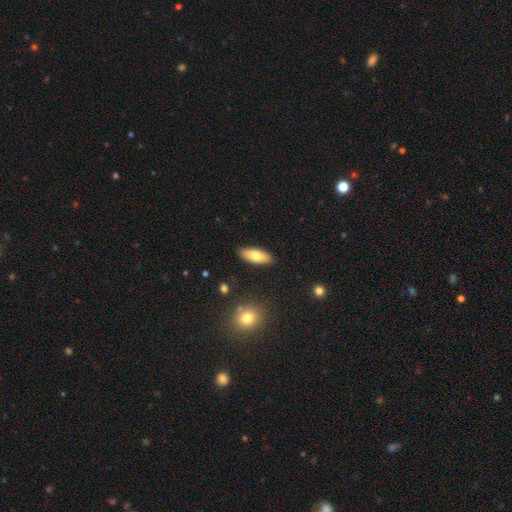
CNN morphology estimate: Smooth or featured?
  - smooth: 77% *
  - featured or disk: 17%
  - star or artifact: 6%
How rounded?
  - in between: 76% *
  - cigar-shaped: 22%
  - round: 2%
Merging?
  - none: 89% *
  - minor disturbance: 8%
  - major disturbance: 2%
  - merger: 1%